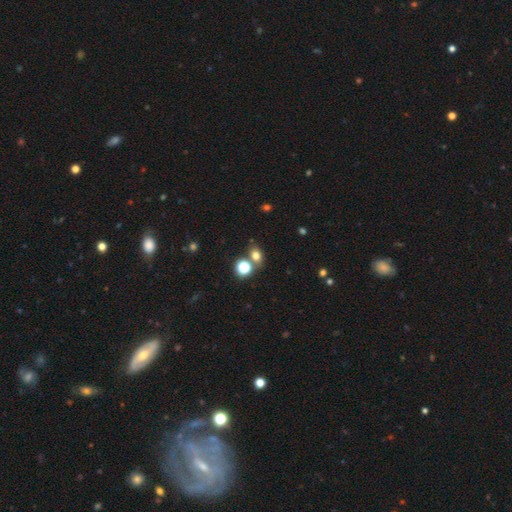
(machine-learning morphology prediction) This appears to be a smooth galaxy with no disk features (71%) that is round (52%). Merging: none (67%).